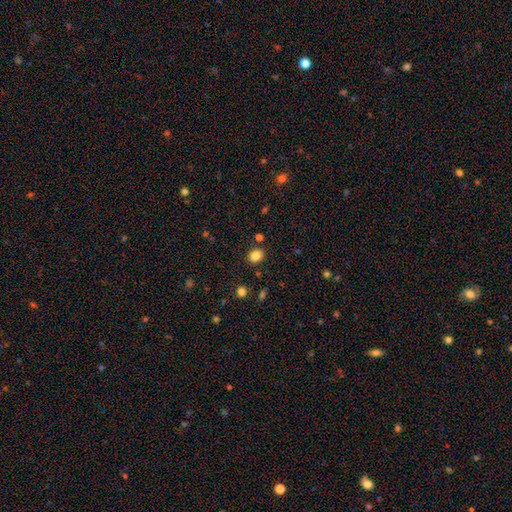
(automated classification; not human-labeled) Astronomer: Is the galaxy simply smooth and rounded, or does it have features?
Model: smooth — 84%.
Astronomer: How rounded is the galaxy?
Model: in between — 57% (runner-up: round, 42%).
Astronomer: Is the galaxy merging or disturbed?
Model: none — 86%.